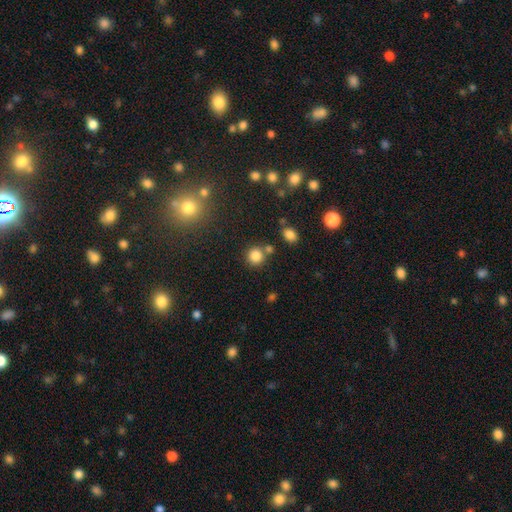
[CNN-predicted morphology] Smooth or featured?
  - smooth: 82% *
  - star or artifact: 13%
  - featured or disk: 5%
How rounded?
  - round: 88% *
  - in between: 11%
  - cigar-shaped: 1%
Merging?
  - none: 71% *
  - merger: 16%
  - minor disturbance: 9%
  - major disturbance: 4%